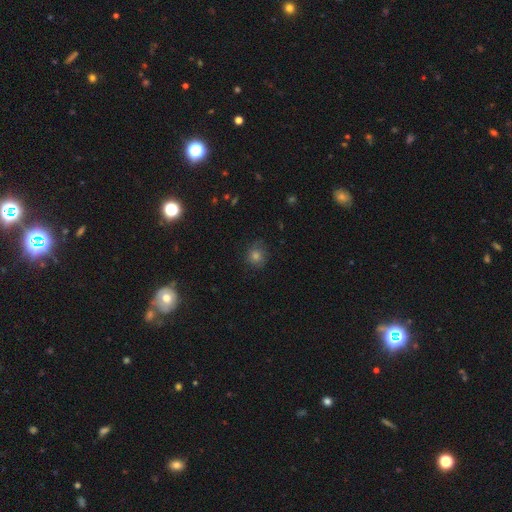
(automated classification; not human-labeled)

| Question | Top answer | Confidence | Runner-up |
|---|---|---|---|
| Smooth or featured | smooth | 65% | star or artifact (23%) |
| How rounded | round | 88% | in between (11%) |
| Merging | none | 82% | minor disturbance (13%) |